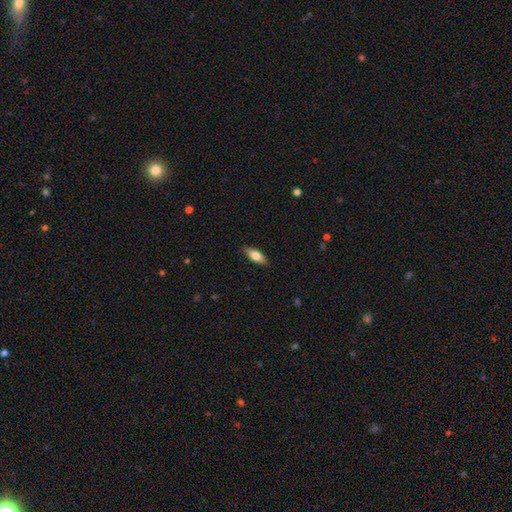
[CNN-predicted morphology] smooth 68%, featured or disk 25%, star or artifact 6%. Down the decision tree: how rounded — in between (69%); merging — none (87%).